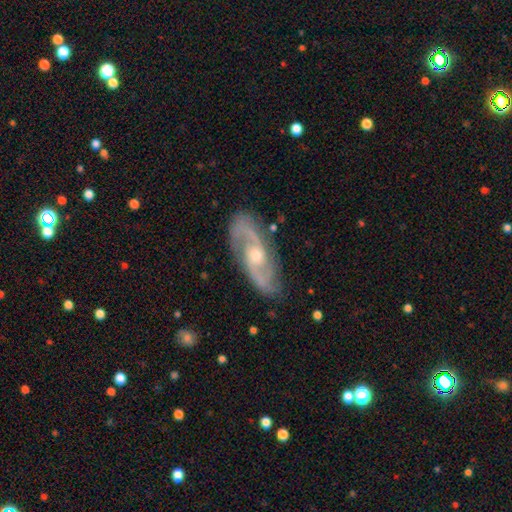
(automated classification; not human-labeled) The model was most divided on "bulge size": moderate: 58%, small: 37%, large: 3%, none: 1%, dominant: 1%. More confident: spiral arms — yes (97%); edge-on disk — no (93%); smooth or featured — featured or disk (88%); spiral arm count — 2 (88%); merging — none (81%); bar — no (57%); spiral winding — medium (54%).